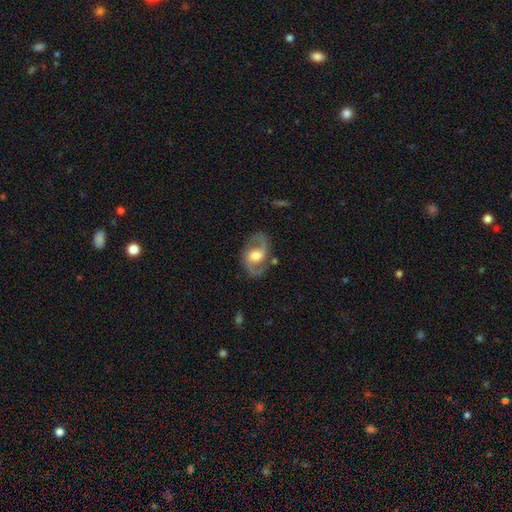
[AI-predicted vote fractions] The model was most divided on "bar": no: 44%, weak: 42%, strong: 14%. More confident: edge-on disk — no (97%); spiral arms — yes (94%); spiral arm count — 2 (92%); smooth or featured — featured or disk (85%); merging — none (78%); bulge size — moderate (60%); spiral winding — medium (57%).